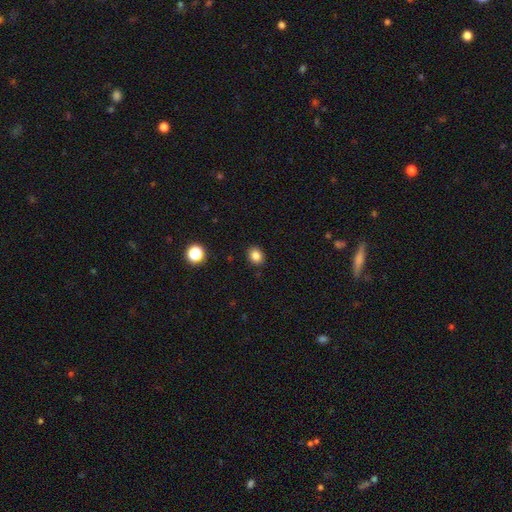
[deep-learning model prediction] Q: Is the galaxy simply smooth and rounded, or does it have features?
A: smooth — 83%.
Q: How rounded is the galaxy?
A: round — 63%.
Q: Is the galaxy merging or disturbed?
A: none — 90%.